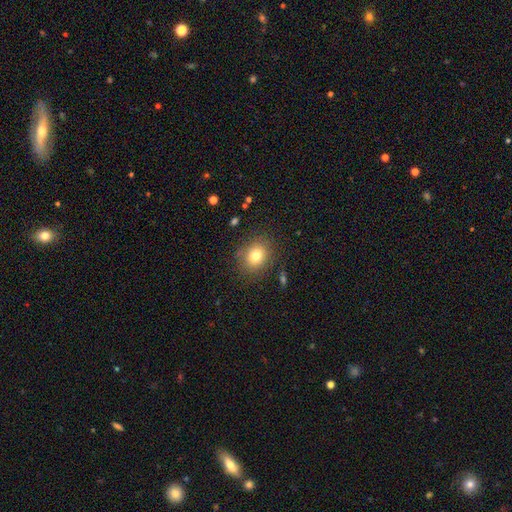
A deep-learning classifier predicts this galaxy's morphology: This is likely a smooth galaxy (78%). How rounded: likely round (63%). Merging: clearly none (84%).